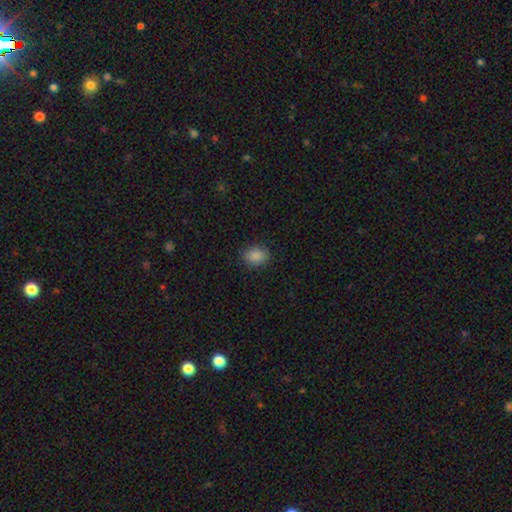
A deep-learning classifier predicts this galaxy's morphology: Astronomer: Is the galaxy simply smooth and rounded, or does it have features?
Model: smooth — 87%.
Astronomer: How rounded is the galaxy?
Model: in between — 57% (runner-up: round, 42%).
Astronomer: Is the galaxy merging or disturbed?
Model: none — 87%.